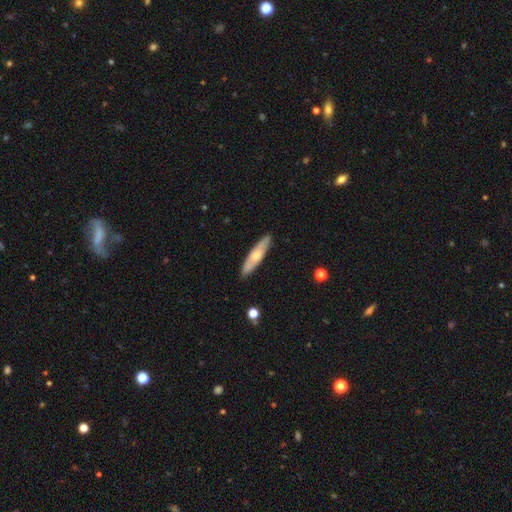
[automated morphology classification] Smooth or featured: smooth — 48% (featured or disk — 46%)
Merging: none — 89% (minor disturbance — 8%)